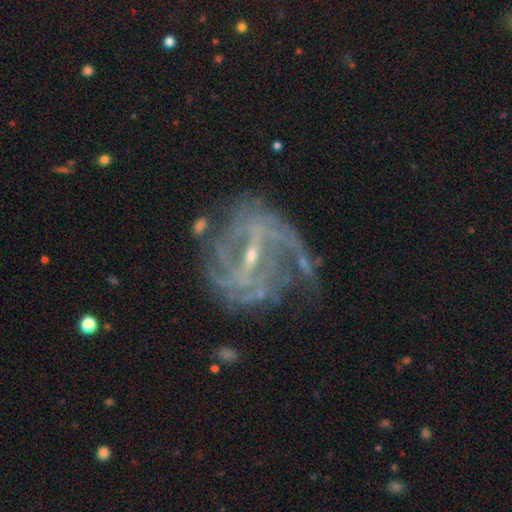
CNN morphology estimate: featured or disk 89%, star or artifact 7%, smooth 4%. Down the decision tree: edge-on disk — no (96%); bar — strong (50%); spiral arms — yes (95%); spiral arm count — 2 (32%); spiral winding — medium (42%); bulge size — small (76%); merging — none (59%).